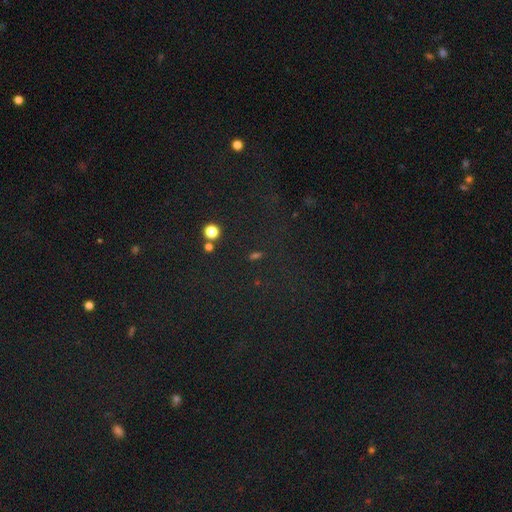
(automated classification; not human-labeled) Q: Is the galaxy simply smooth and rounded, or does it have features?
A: star or artifact — 52%.